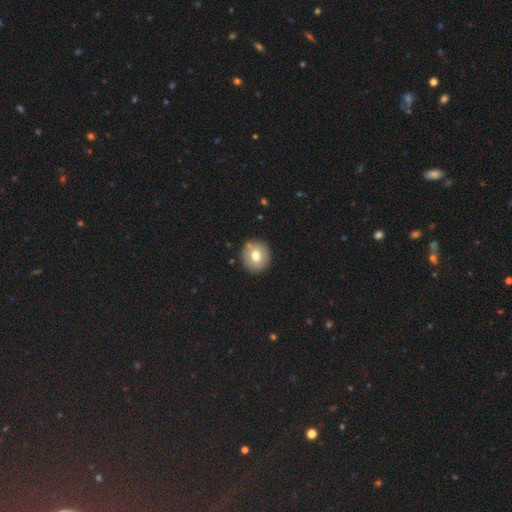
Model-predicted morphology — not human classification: smooth 72%, featured or disk 19%, star or artifact 9%. Down the decision tree: how rounded — round (90%); merging — none (85%).